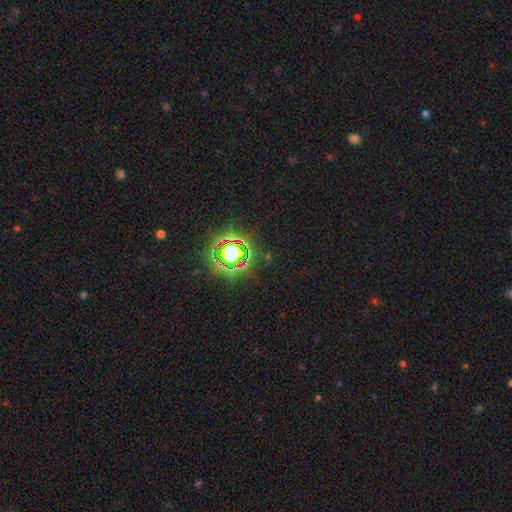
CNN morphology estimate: type=star or artifact (84%).